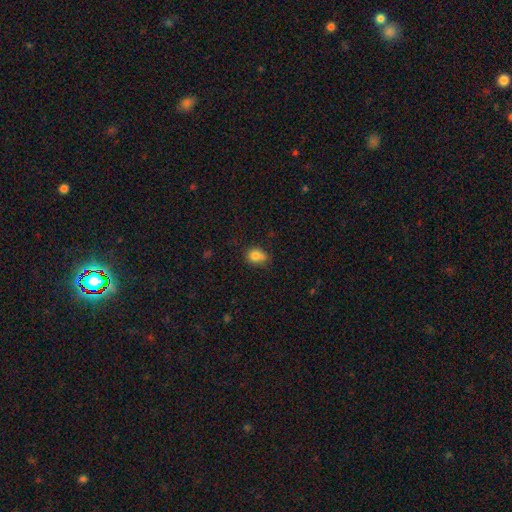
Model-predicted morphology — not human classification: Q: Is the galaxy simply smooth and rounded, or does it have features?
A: smooth — 77%.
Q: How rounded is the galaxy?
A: round — 59%.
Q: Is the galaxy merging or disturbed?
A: none — 44%.